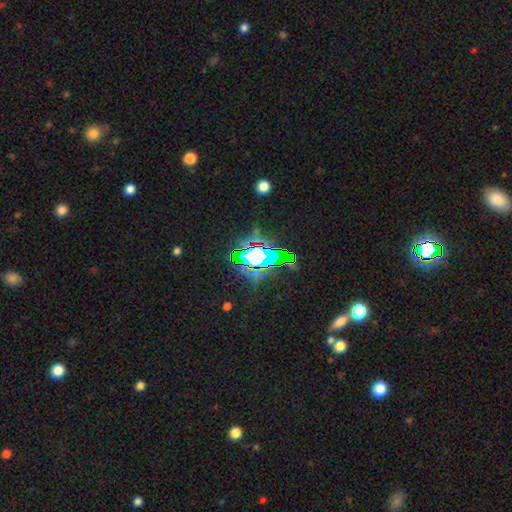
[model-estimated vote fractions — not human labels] The model was most divided on "smooth or featured": star or artifact: 65%, smooth: 20%, featured or disk: 15%.